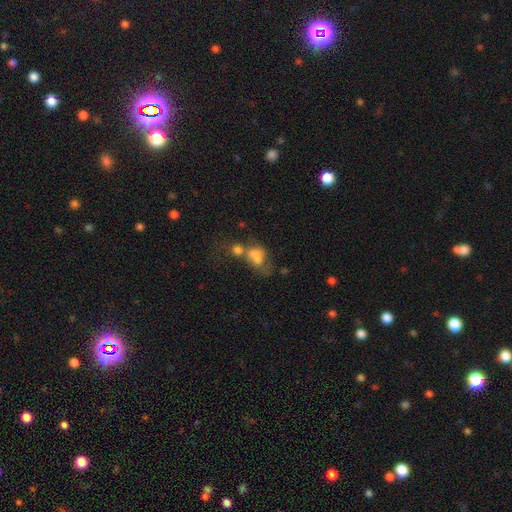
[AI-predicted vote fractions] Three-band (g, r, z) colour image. It shows a smooth galaxy with no disk features (61%) that is in between round and cigar-shaped (60%). Merging: merger (62%).